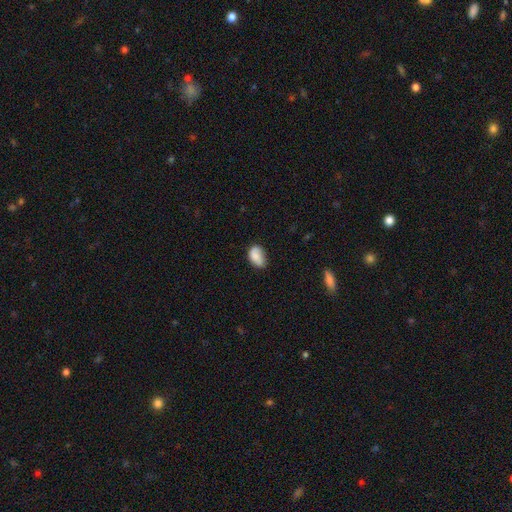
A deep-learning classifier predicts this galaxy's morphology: smooth 79%, featured or disk 13%, star or artifact 8%. Down the decision tree: how rounded — in between (87%); merging — none (55%).